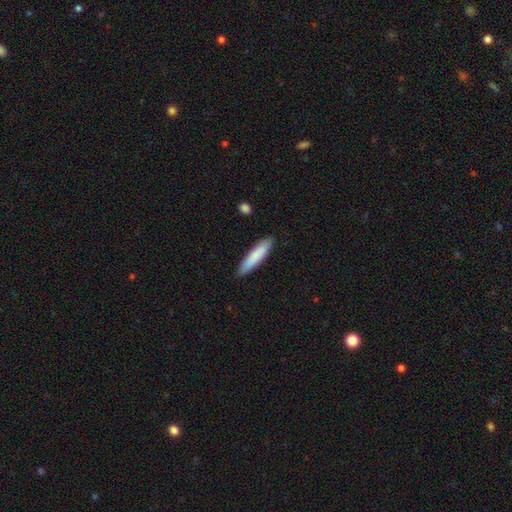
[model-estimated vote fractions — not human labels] smooth_or_featured: smooth (p=0.83) [alt: featured or disk p=0.12]
how_rounded: cigar-shaped (p=0.82) [alt: in between p=0.16]
merging: none (p=0.89) [alt: minor disturbance p=0.09]